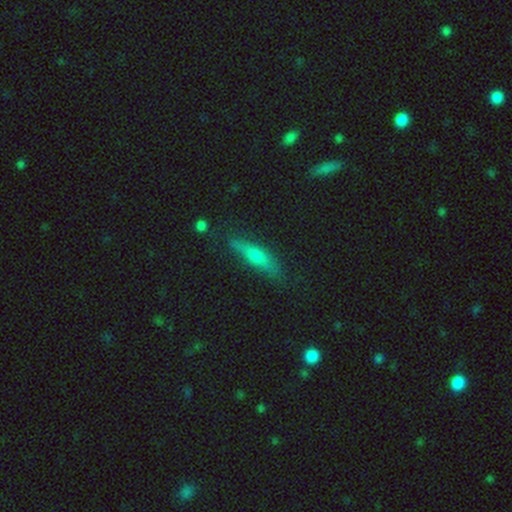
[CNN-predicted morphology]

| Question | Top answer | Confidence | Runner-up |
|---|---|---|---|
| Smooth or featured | featured or disk | 55% | smooth (33%) |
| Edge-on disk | yes | 92% | no (8%) |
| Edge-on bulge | rounded | 86% | none (9%) |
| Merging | none | 84% | minor disturbance (12%) |